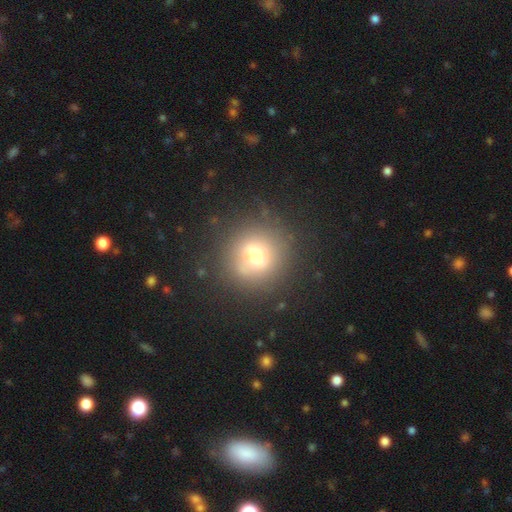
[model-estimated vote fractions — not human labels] This appears to be a smooth galaxy with no disk features (60%) that is round (87%). Merging: none (75%).